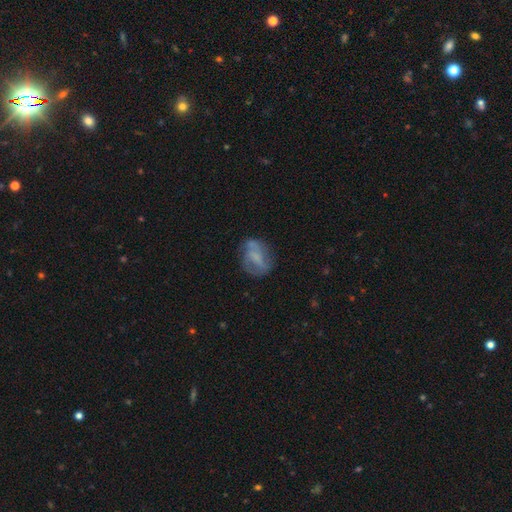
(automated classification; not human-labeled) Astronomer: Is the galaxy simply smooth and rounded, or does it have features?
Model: featured or disk — 52% (runner-up: smooth, 39%).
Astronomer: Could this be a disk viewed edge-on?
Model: no — 96%.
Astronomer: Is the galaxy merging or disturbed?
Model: none — 58%.